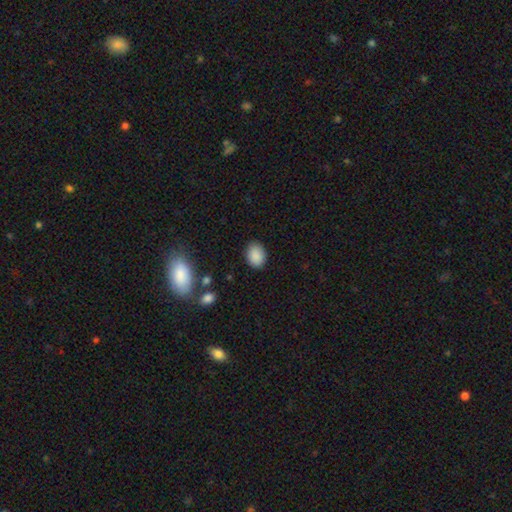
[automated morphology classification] Overall: smooth (88%). How rounded: in between (71%). Merging: none (85%).